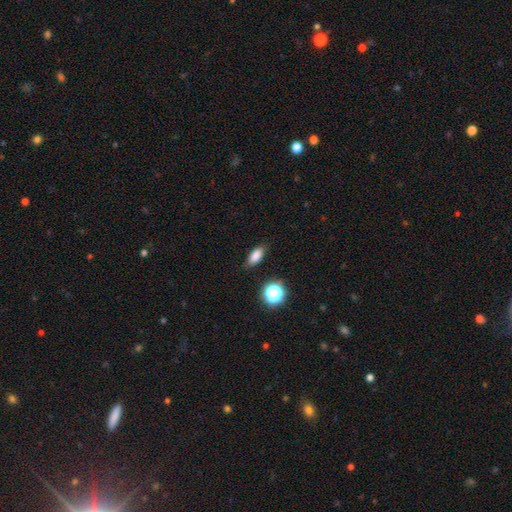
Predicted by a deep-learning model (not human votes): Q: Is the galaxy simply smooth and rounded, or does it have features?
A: smooth — 81%.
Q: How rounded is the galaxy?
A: in between — 77%.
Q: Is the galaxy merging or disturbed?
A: none — 84%.